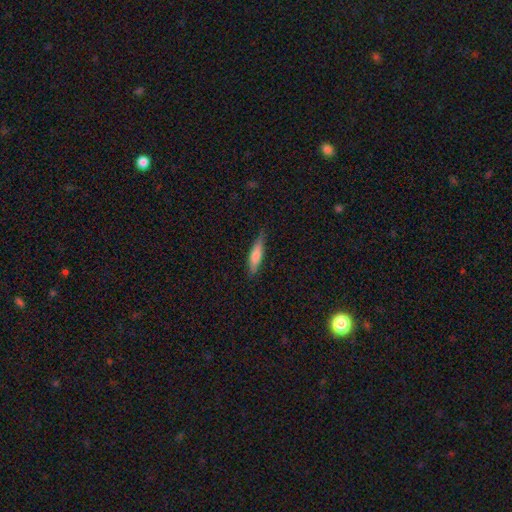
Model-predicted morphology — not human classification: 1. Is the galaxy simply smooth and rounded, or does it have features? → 71% smooth, 23% featured or disk, 6% star or artifact.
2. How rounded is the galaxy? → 77% cigar-shaped, 22% in between, 2% round.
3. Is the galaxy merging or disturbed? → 82% none, 15% minor disturbance, 3% major disturbance, 1% merger.